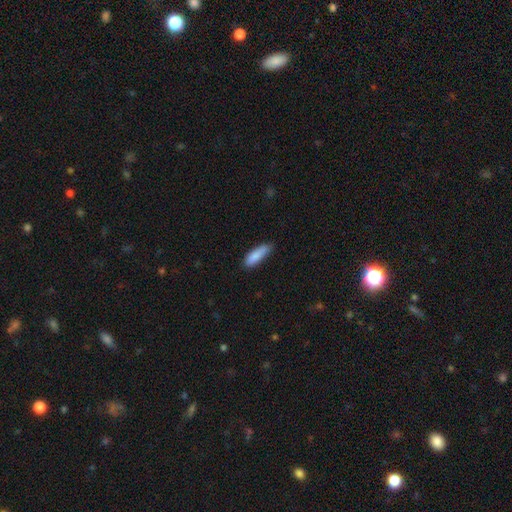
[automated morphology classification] smooth 87%, featured or disk 7%, star or artifact 6%. Down the decision tree: how rounded — cigar-shaped (50%); merging — none (71%).